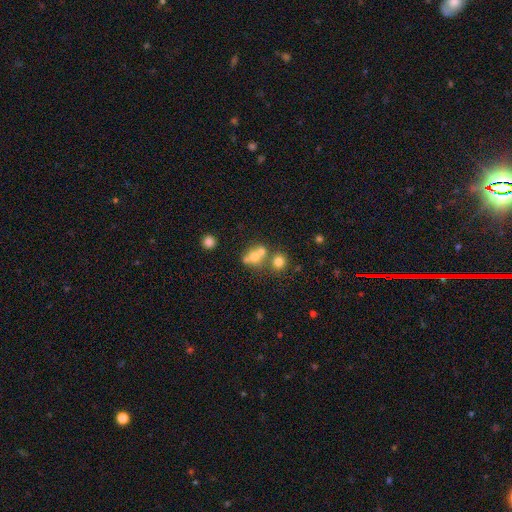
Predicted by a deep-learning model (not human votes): This is likely a smooth galaxy (63%). How rounded: likely round (64%). Merging: possibly merger (51%).